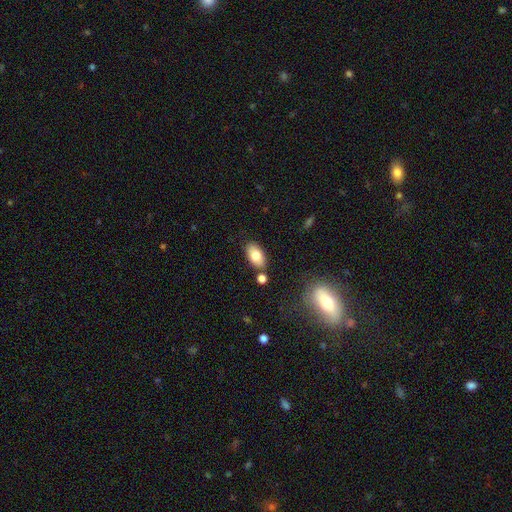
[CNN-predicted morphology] This is clearly a smooth galaxy (80%). How rounded: clearly in between (93%). Merging: clearly none (80%).